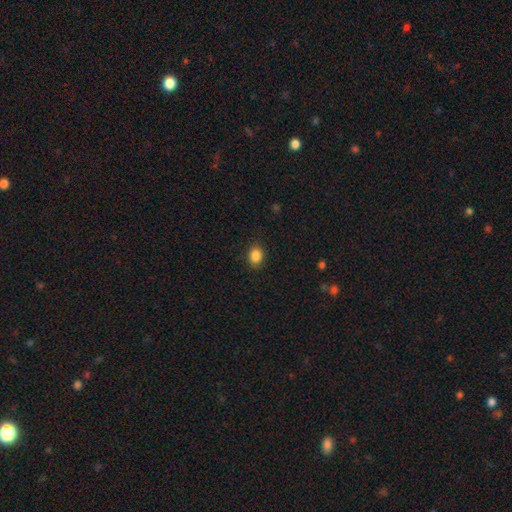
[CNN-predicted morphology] smooth-or-featured: smooth: 86% | star or artifact: 10% | featured or disk: 4%
  how-rounded: round: 55% | in between: 44% | cigar-shaped: 1%
  merging: none: 88% | minor disturbance: 8% | major disturbance: 2% | merger: 1%